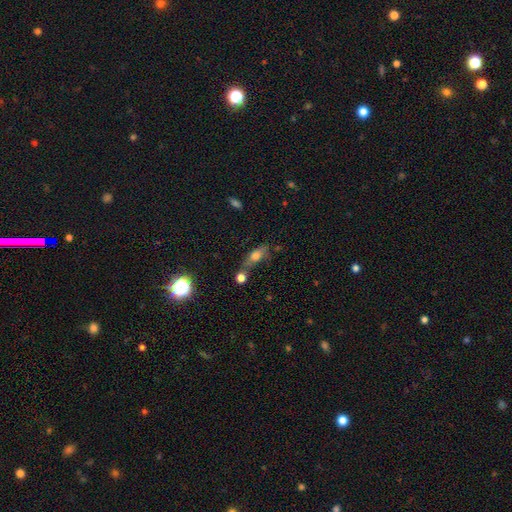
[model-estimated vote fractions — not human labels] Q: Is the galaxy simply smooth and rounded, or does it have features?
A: smooth — 68%.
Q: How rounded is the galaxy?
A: in between — 69%.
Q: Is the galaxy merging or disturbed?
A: none — 43%.